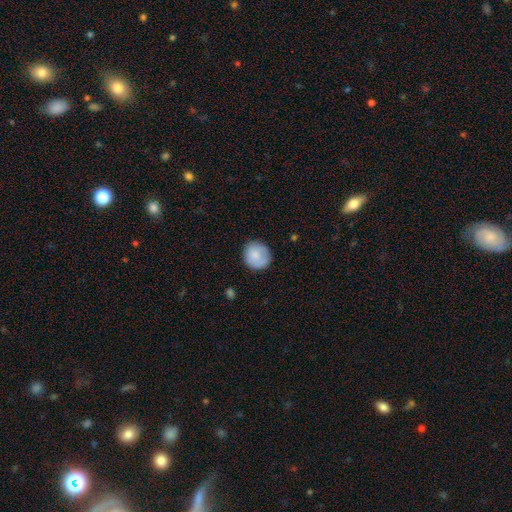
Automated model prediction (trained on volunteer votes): Smooth or featured?
  - smooth: 83% *
  - featured or disk: 10%
  - star or artifact: 7%
How rounded?
  - round: 90% *
  - in between: 9%
  - cigar-shaped: 1%
Merging?
  - none: 81% *
  - minor disturbance: 14%
  - major disturbance: 3%
  - merger: 1%